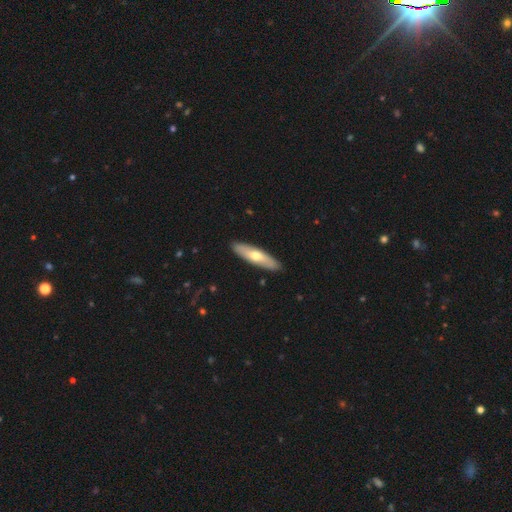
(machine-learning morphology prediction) The model was most divided on "smooth or featured": smooth: 55%, featured or disk: 41%, star or artifact: 5%. More confident: merging — none (90%); how rounded — cigar-shaped (69%).